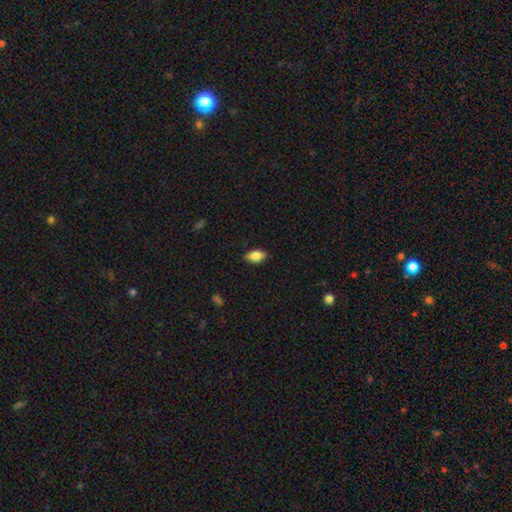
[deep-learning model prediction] Smooth or featured? smooth (86%)
How rounded? in between (91%)
Merging? none (86%)